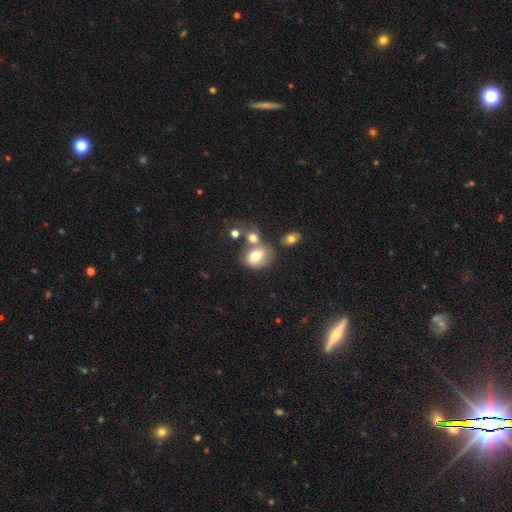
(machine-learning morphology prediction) smooth 72%, featured or disk 18%, star or artifact 10%. Down the decision tree: how rounded — in between (58%); merging — none (40%).